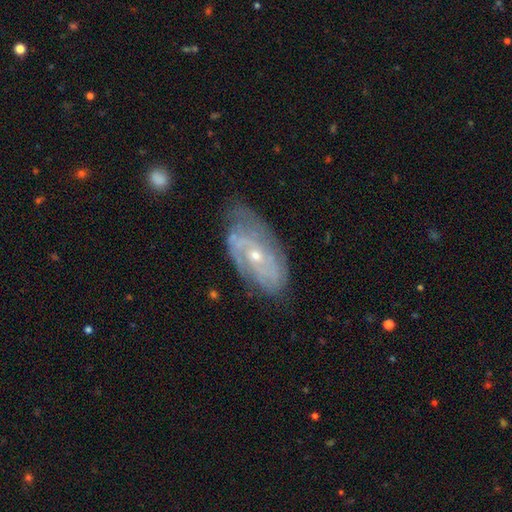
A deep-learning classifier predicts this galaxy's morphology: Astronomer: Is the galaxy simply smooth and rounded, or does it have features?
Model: featured or disk — 81%.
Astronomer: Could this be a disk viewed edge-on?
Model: no — 94%.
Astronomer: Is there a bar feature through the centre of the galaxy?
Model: no — 68%.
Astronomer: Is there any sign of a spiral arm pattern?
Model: yes — 89%.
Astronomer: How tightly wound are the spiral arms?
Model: tight — 59%.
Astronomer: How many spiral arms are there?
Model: can't tell — 39% (runner-up: 2, 35%).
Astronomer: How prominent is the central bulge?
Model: small — 60% (runner-up: moderate, 37%).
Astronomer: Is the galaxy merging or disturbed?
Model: none — 60%.